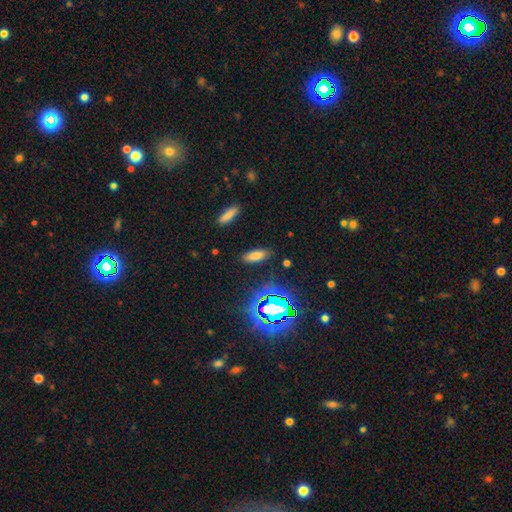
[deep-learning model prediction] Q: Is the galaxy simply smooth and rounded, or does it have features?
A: smooth — 73%.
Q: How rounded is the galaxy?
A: in between — 73%.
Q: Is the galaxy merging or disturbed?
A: none — 86%.